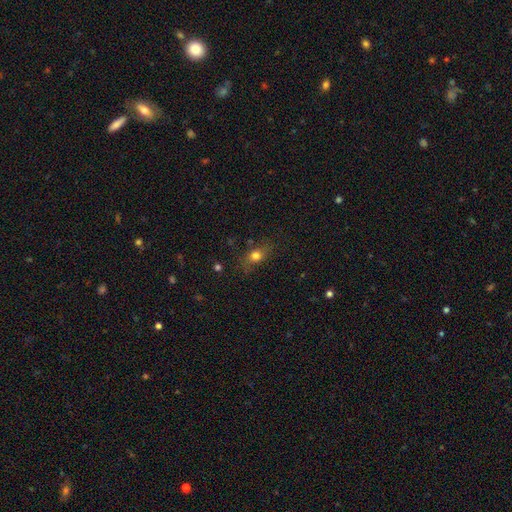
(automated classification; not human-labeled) Smooth or featured?
  - smooth: 72% *
  - featured or disk: 14%
  - star or artifact: 14%
How rounded?
  - in between: 56% *
  - round: 36%
  - cigar-shaped: 8%
Merging?
  - none: 74% *
  - minor disturbance: 18%
  - major disturbance: 6%
  - merger: 2%